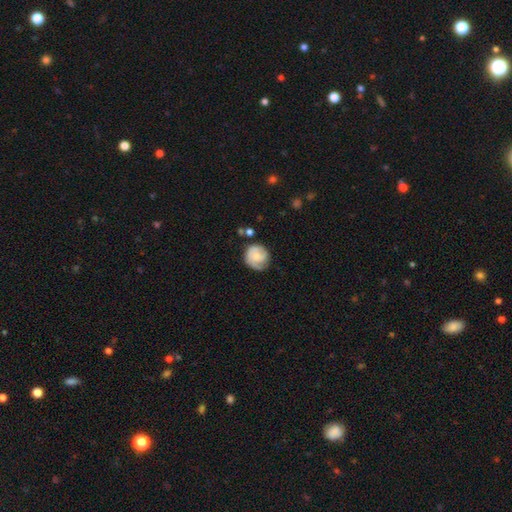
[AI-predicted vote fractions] smooth_or_featured: smooth (p=0.50) [alt: featured or disk p=0.43]
merging: none (p=0.63) [alt: minor disturbance p=0.25]